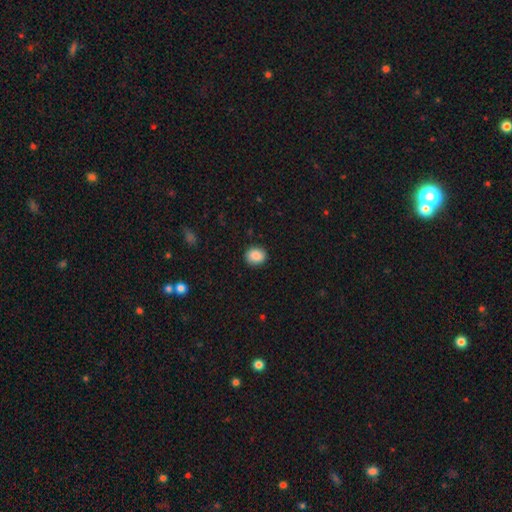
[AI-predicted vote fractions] Morphology: type=smooth (88%); roundness=round (66%); merging=none (89%).